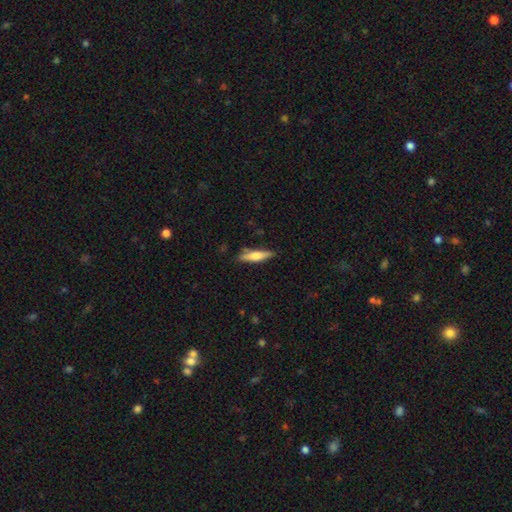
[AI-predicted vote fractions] smooth_or_featured: smooth (p=0.65) [alt: featured or disk p=0.29]
how_rounded: cigar-shaped (p=0.75) [alt: in between p=0.23]
merging: none (p=0.80) [alt: minor disturbance p=0.14]